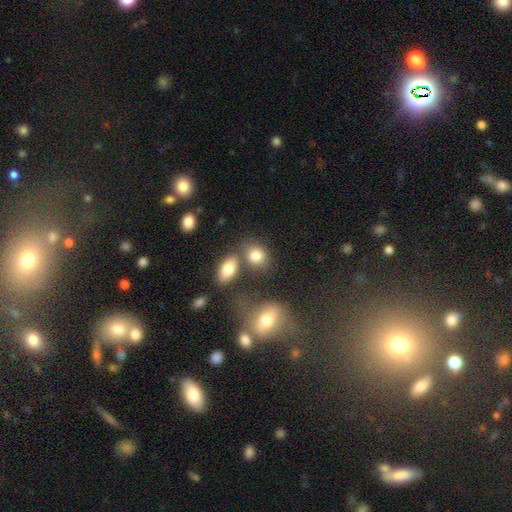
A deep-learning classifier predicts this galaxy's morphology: A smooth galaxy with no disk features (81%) that is in between round and cigar-shaped (53%).

Vote fractions:
- Smooth or featured? smooth: 81% / star or artifact: 10% / featured or disk: 9%
- How rounded? in between: 53% / round: 45% / cigar-shaped: 2%
- Merging? none: 56% / merger: 26% / minor disturbance: 13% / major disturbance: 6%